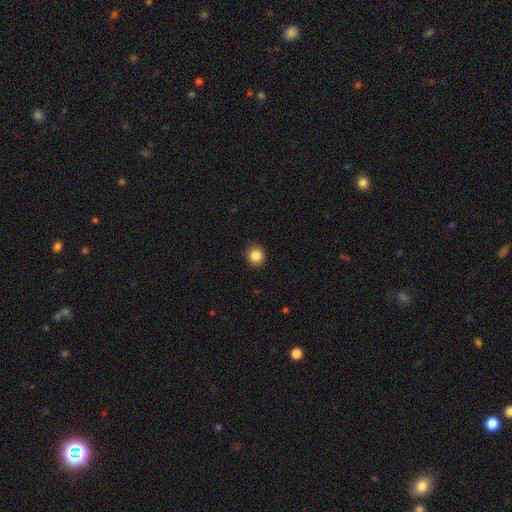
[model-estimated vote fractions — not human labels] A smooth galaxy with no disk features (85%) that is round (86%).

Vote fractions:
- Smooth or featured? smooth: 85% / star or artifact: 10% / featured or disk: 5%
- How rounded? round: 86% / in between: 13% / cigar-shaped: 1%
- Merging? none: 87% / minor disturbance: 10% / major disturbance: 2% / merger: 1%